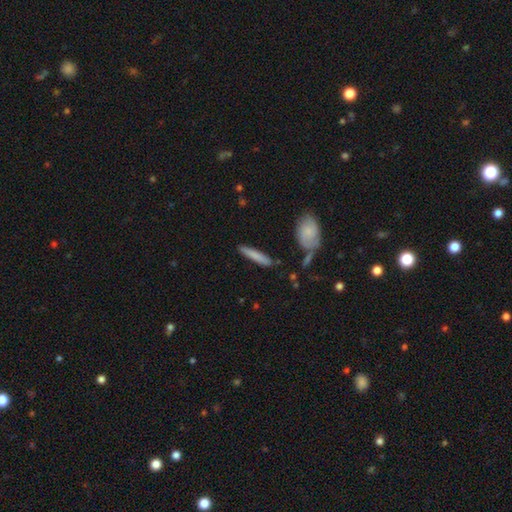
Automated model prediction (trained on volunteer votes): Morphology: type=smooth (75%); roundness=cigar-shaped (90%); merging=none (84%).